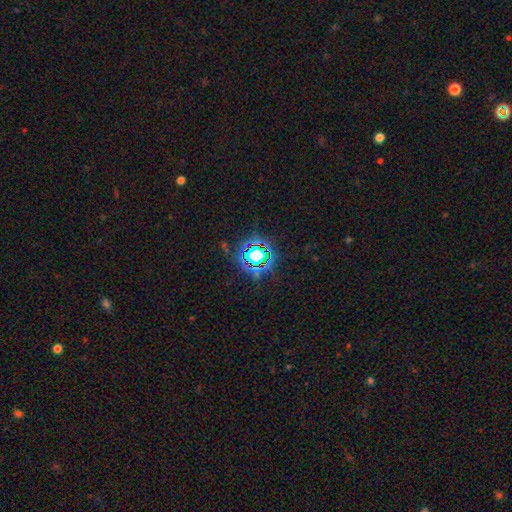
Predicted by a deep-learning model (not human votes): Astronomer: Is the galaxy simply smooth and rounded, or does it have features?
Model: star or artifact — 71%.